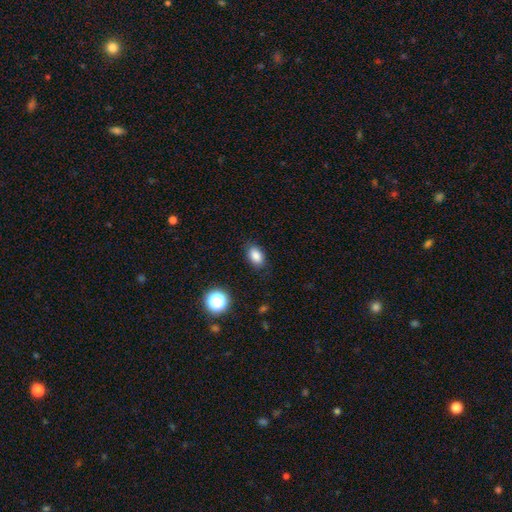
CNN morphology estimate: Smooth or featured? Predicted: smooth (p=0.85). How rounded? Predicted: in between (p=0.85). Merging? Predicted: none (p=0.85).